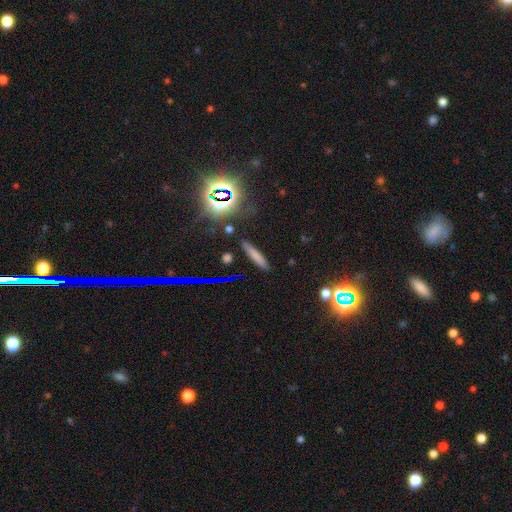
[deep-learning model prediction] This appears to be a smooth galaxy with no disk features (70%) that is cigar-shaped (89%). Merging: none (85%).